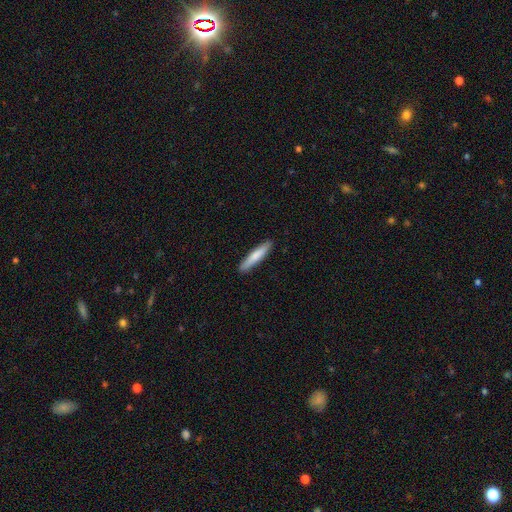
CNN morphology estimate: Smooth or featured? smooth (76%)
How rounded? cigar-shaped (91%)
Merging? none (91%)